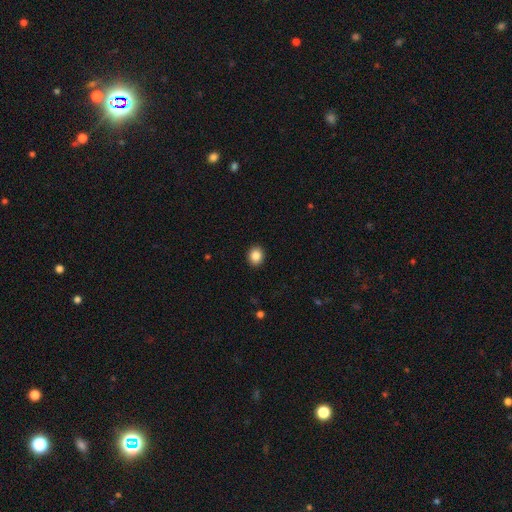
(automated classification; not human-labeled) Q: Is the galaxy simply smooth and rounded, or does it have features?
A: smooth — 86%.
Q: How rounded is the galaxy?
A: round — 69%.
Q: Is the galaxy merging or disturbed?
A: none — 92%.